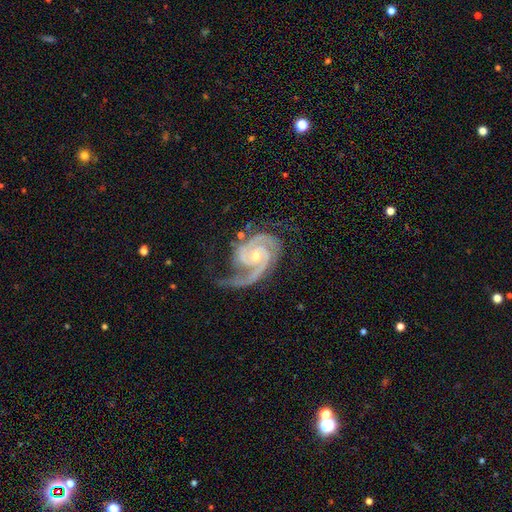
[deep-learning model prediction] This appears to be a featured or disk galaxy (94%) with no bar (66%), 2 (69%) tight (52%) spiral arms (99%) and a small central bulge (55%). Merging: none (60%).